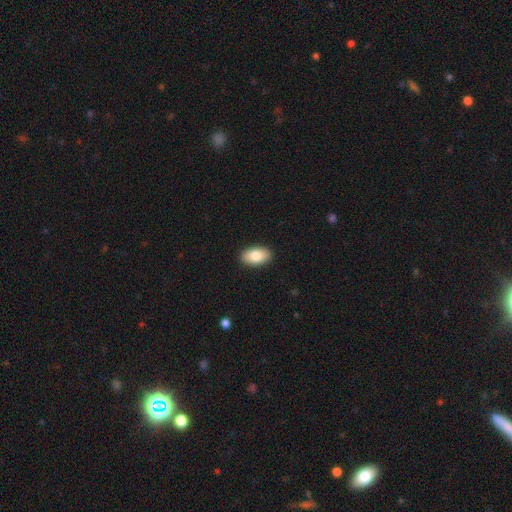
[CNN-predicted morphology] Overall: smooth (83%). How rounded: in between (94%). Merging: none (90%).